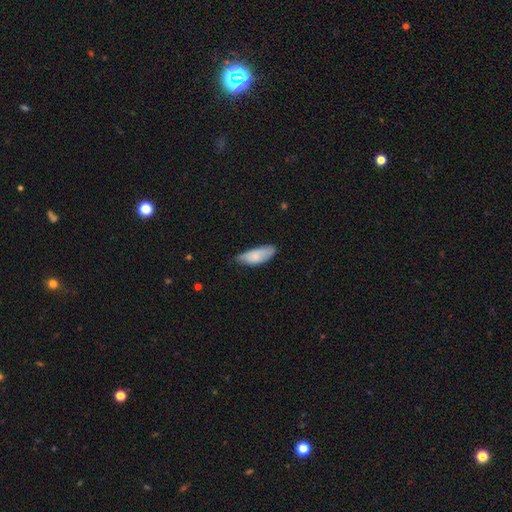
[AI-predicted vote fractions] A smooth galaxy with no disk features (80%) that is in between round and cigar-shaped (80%).

Vote fractions:
- Smooth or featured? smooth: 80% / featured or disk: 14% / star or artifact: 6%
- How rounded? in between: 80% / cigar-shaped: 19% / round: 2%
- Merging? none: 54% / minor disturbance: 38% / major disturbance: 6% / merger: 2%